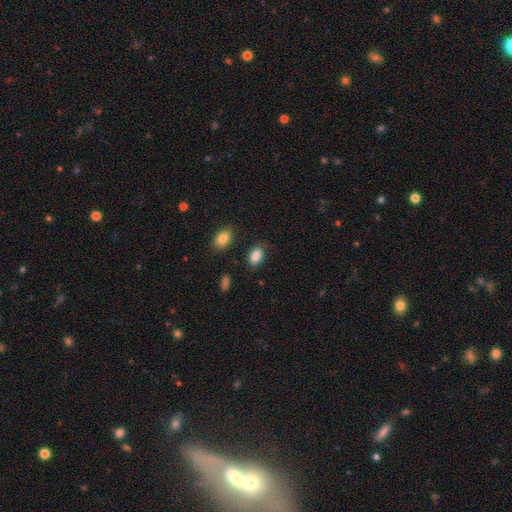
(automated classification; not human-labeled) Morphology: type=smooth (87%); roundness=in between (87%); merging=none (81%).